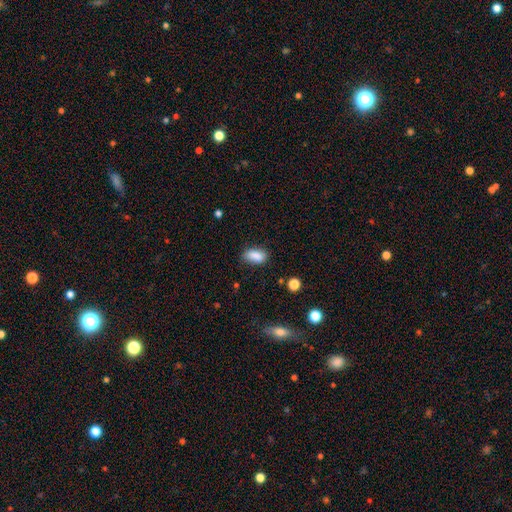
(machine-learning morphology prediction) This is clearly a smooth galaxy (87%). How rounded: clearly in between (89%). Merging: likely none (72%).